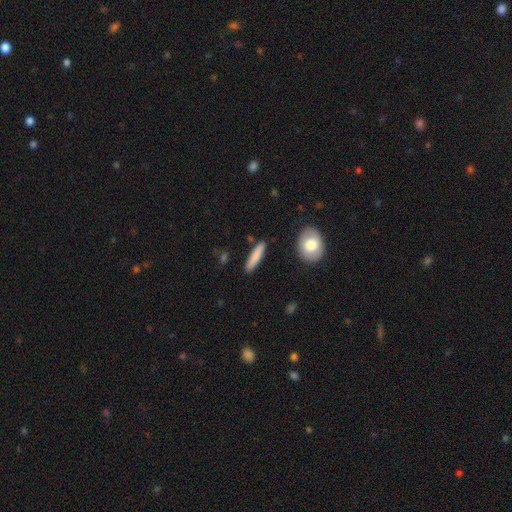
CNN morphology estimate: Smooth or featured? smooth (79%)
How rounded? cigar-shaped (84%)
Merging? none (88%)